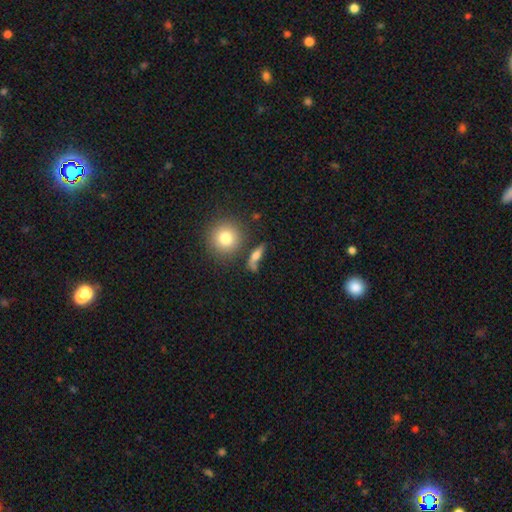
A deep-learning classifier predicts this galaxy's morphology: smooth 61%, featured or disk 26%, star or artifact 13%. Down the decision tree: how rounded — cigar-shaped (39%); merging — none (60%).